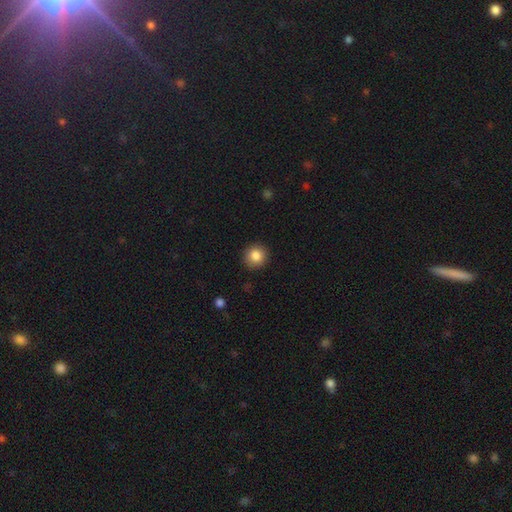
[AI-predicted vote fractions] Q: Smooth or featured?
A: smooth (85%); runner-up: star or artifact (9%)
Q: How rounded?
A: round (92%); runner-up: in between (7%)
Q: Merging?
A: none (91%); runner-up: minor disturbance (6%)